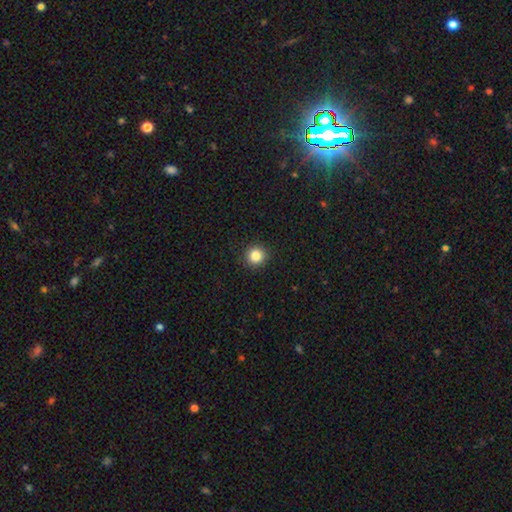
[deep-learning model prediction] smooth_or_featured: smooth (p=0.85) [alt: star or artifact p=0.11]
how_rounded: round (p=0.94) [alt: in between p=0.05]
merging: none (p=0.92) [alt: minor disturbance p=0.05]